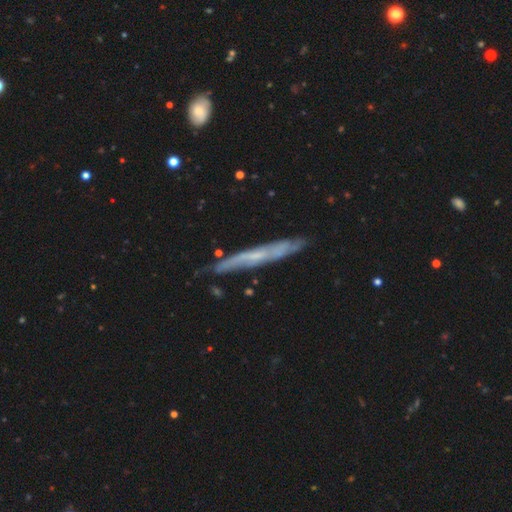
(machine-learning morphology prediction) type=featured or disk (65%); edge-on=yes (82%); edge-on bulge=none (73%); merging=none (79%).